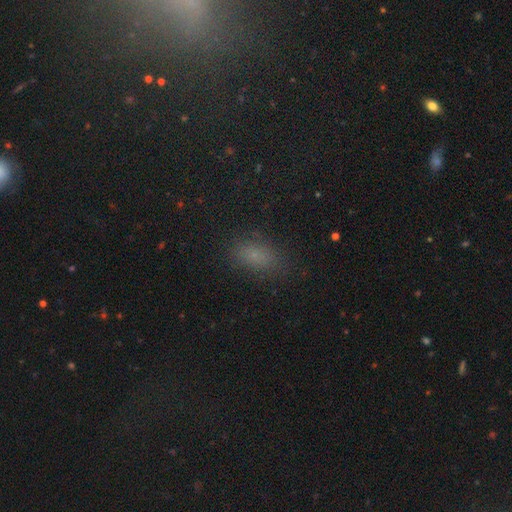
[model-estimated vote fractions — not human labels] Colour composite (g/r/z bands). It shows a smooth galaxy with no disk features (73%) that is in between round and cigar-shaped (86%). Merging: none (80%).